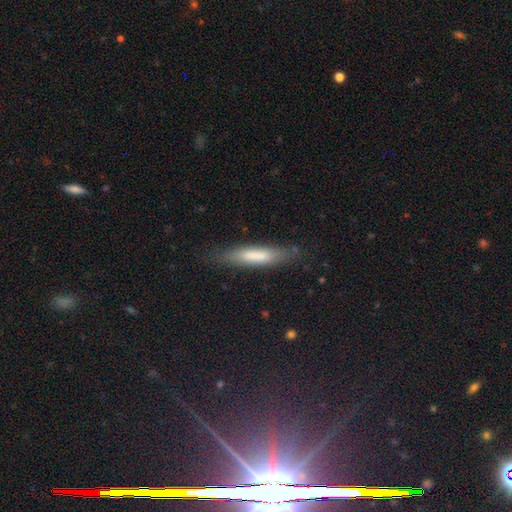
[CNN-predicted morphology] Overall: smooth (74%). How rounded: cigar-shaped (82%). Merging: none (80%).